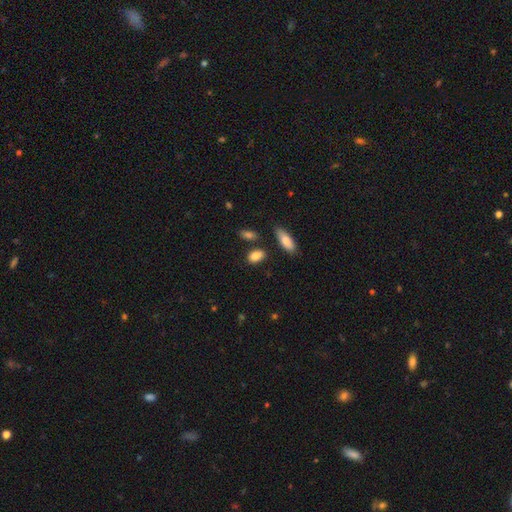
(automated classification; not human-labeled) Smooth or featured? smooth (86%)
How rounded? in between (85%)
Merging? none (79%)